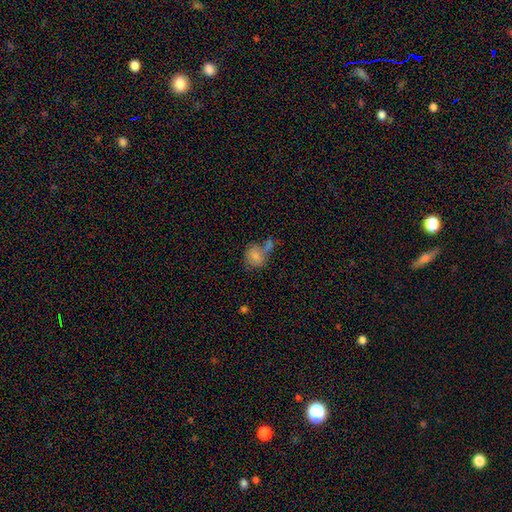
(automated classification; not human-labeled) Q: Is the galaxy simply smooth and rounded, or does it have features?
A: smooth — 75%.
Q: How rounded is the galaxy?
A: round — 62%.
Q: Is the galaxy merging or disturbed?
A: merger — 39%.